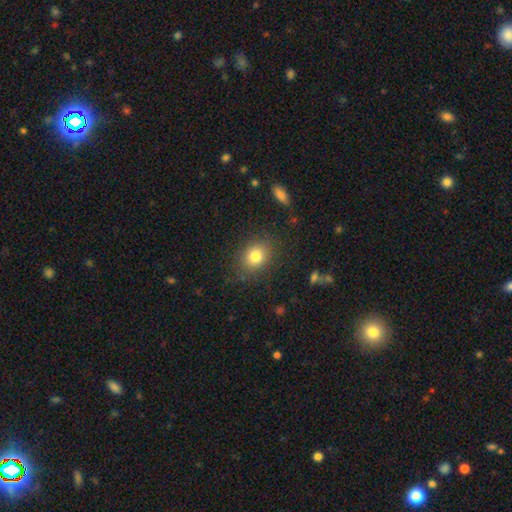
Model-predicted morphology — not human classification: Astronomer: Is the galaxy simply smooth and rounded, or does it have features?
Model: smooth — 81%.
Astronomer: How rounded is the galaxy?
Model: round — 57% (runner-up: in between, 42%).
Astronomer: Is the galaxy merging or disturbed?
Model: none — 83%.